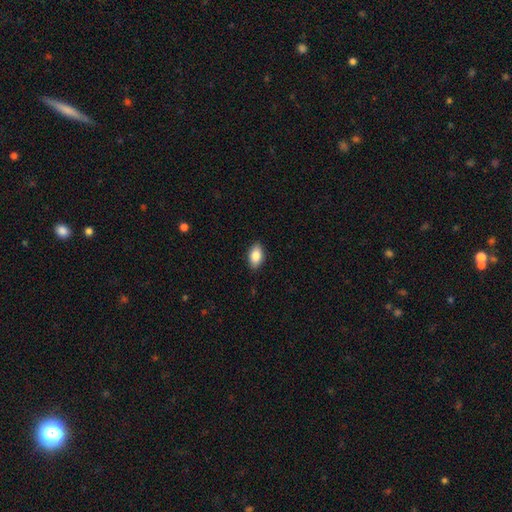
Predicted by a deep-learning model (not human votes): Morphology: type=smooth (85%); roundness=in between (91%); merging=none (88%).